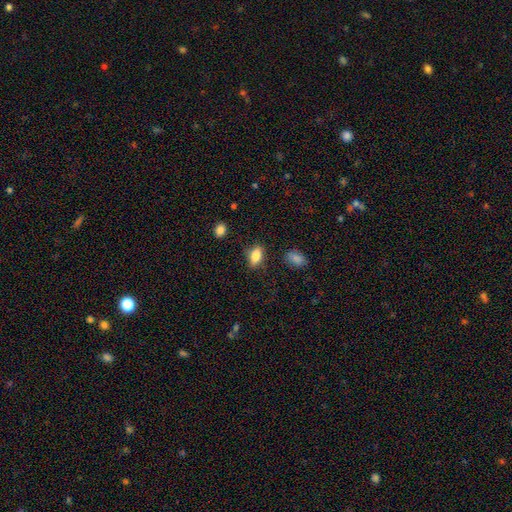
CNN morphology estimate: smooth 85%, star or artifact 8%, featured or disk 7%. Down the decision tree: how rounded — in between (87%); merging — none (80%).